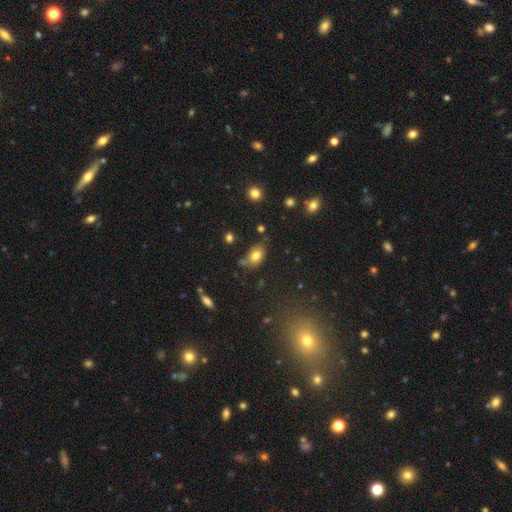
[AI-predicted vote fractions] smooth-or-featured: smooth: 79% | star or artifact: 11% | featured or disk: 10%
  how-rounded: in between: 79% | round: 20% | cigar-shaped: 2%
  merging: none: 60% | minor disturbance: 25% | merger: 9% | major disturbance: 6%